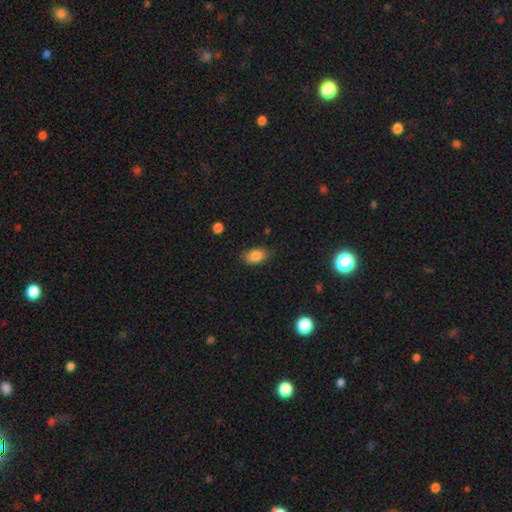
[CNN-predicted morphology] A smooth galaxy with no disk features (85%) that is in between round and cigar-shaped (88%). Merging: none (79%).